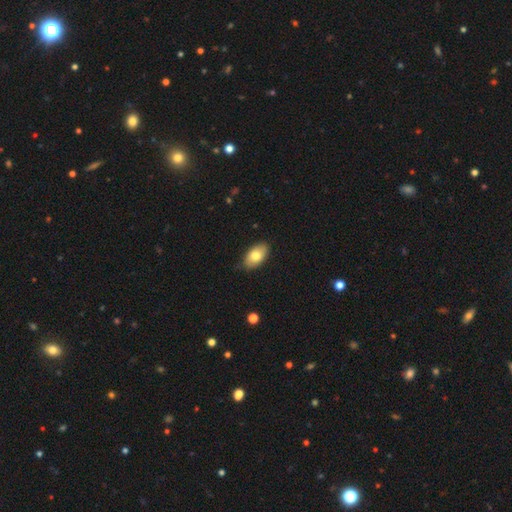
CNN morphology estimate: Smooth or featured?
  - smooth: 77% *
  - featured or disk: 17%
  - star or artifact: 6%
How rounded?
  - in between: 94% *
  - round: 5%
  - cigar-shaped: 2%
Merging?
  - none: 83% *
  - minor disturbance: 14%
  - major disturbance: 2%
  - merger: 1%